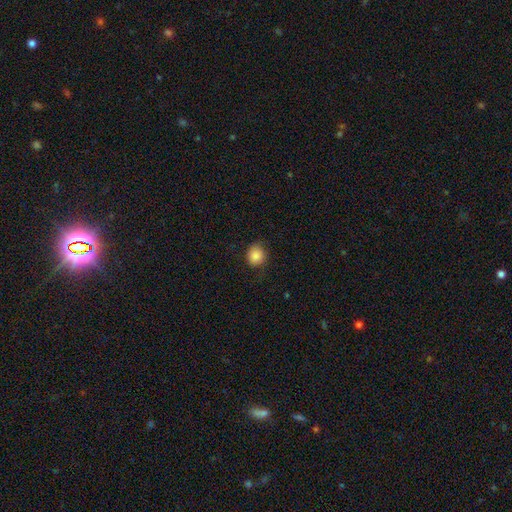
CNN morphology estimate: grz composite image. It shows a smooth galaxy with no disk features (86%) that is round (80%). Merging: none (78%).